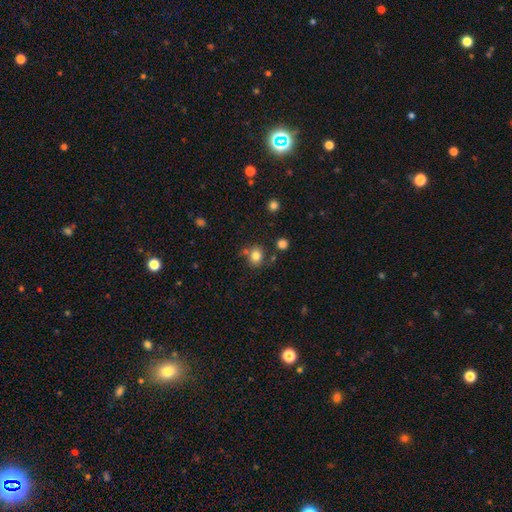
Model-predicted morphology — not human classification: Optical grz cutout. It shows a smooth galaxy with no disk features (81%) that is round (67%). Merging: none (69%).